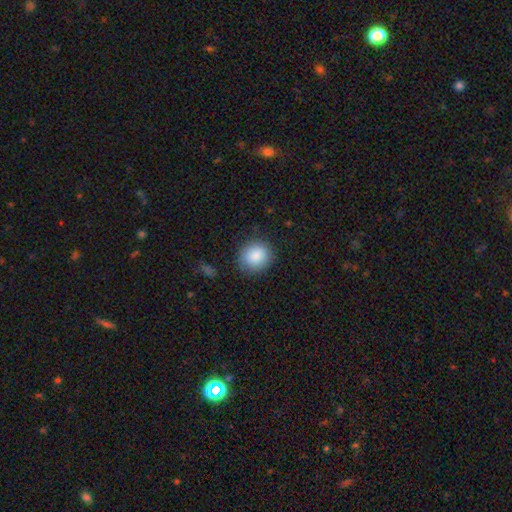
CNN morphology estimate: This is clearly a smooth galaxy (88%). How rounded: likely round (78%). Merging: clearly none (86%).